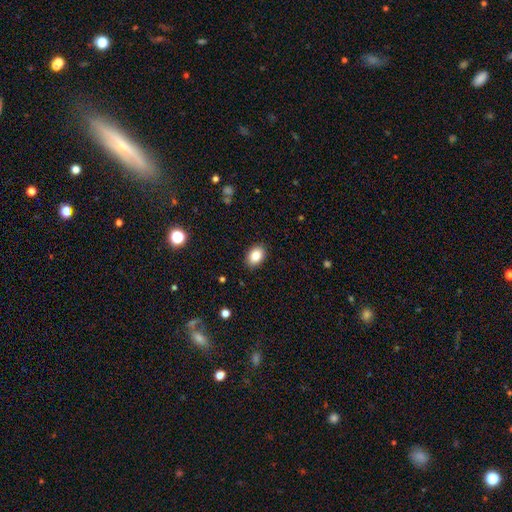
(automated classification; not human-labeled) smooth_or_featured: smooth (p=0.86) [alt: star or artifact p=0.08]
how_rounded: in between (p=0.80) [alt: round p=0.19]
merging: none (p=0.88) [alt: minor disturbance p=0.09]